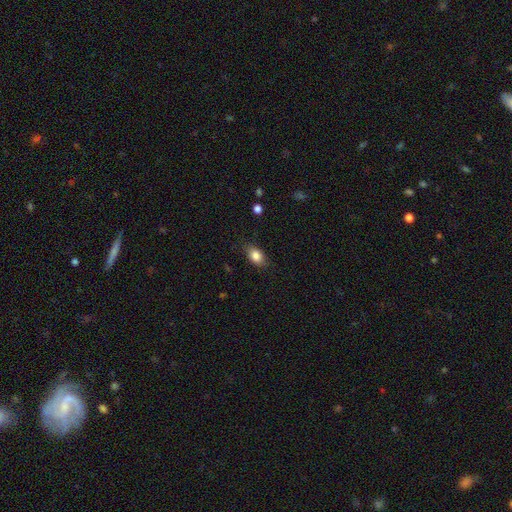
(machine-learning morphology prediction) Smooth or featured? smooth (85%)
How rounded? in between (83%)
Merging? none (81%)